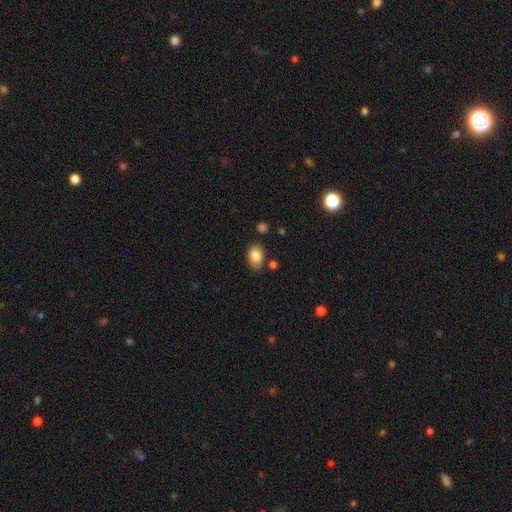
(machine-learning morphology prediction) A smooth galaxy with no disk features (84%) that is in between round and cigar-shaped (82%). Merging: none (81%).